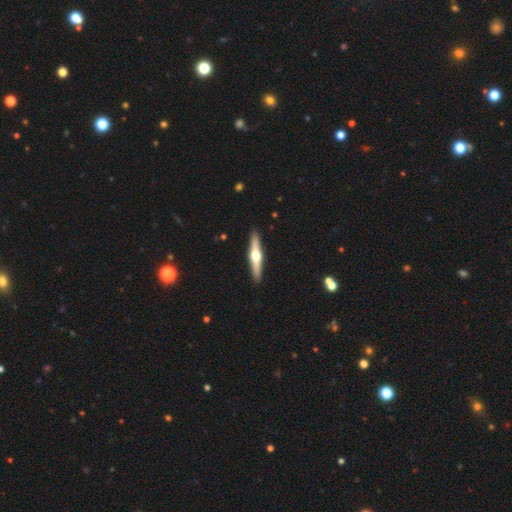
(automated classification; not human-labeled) Overall: featured or disk (67%; smooth 28%). Edge-on disk: yes (97%). Edge-on bulge: rounded (95%). Merging: none (92%).